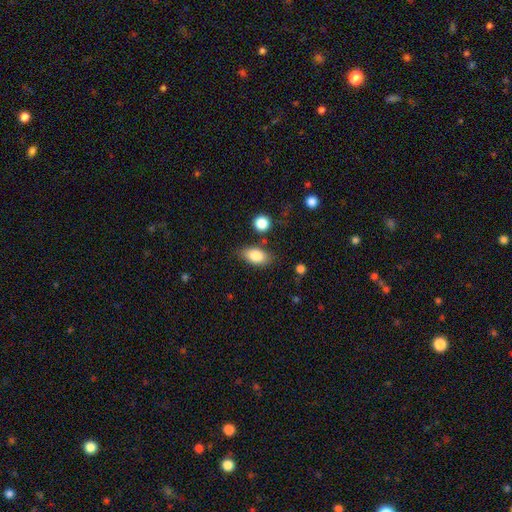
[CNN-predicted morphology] type=smooth (83%); roundness=in between (88%); merging=none (76%).